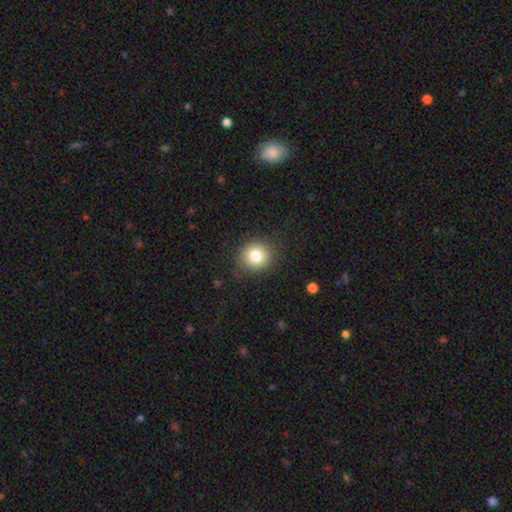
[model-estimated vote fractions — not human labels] A smooth galaxy with no disk features (81%) that is round (87%). Merging: none (87%).